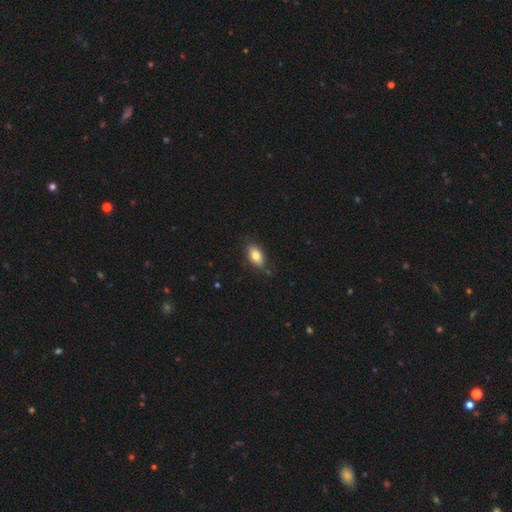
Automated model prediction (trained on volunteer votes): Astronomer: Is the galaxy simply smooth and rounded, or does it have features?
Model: smooth — 79%.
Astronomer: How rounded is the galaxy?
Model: in between — 89%.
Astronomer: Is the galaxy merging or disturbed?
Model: none — 80%.